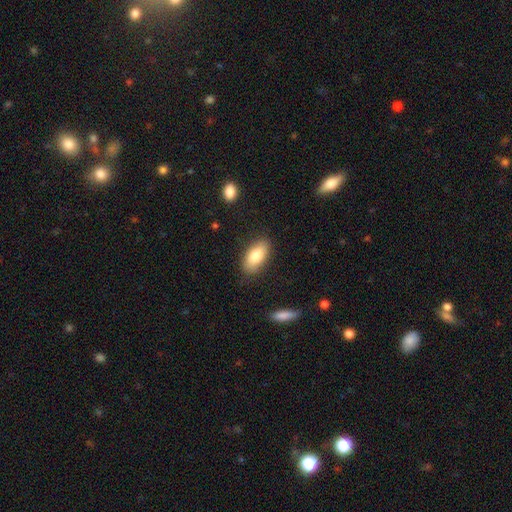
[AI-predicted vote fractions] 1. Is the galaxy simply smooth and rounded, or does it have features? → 83% smooth, 11% featured or disk, 6% star or artifact.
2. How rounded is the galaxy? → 91% in between, 6% cigar-shaped, 3% round.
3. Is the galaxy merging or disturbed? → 84% none, 12% minor disturbance, 3% major disturbance, 2% merger.